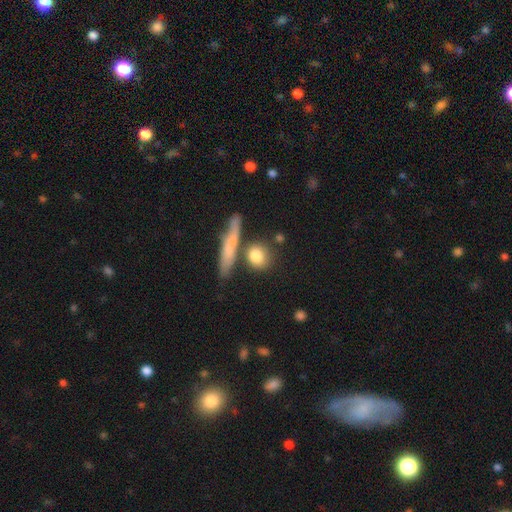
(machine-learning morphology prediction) smooth 80%, featured or disk 13%, star or artifact 7%. Down the decision tree: how rounded — round (62%); merging — none (68%).